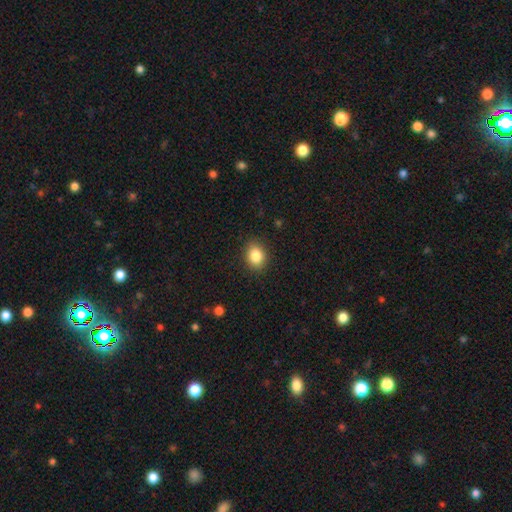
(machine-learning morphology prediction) Smooth or featured?
  - smooth: 85% *
  - star or artifact: 9%
  - featured or disk: 5%
How rounded?
  - in between: 51% *
  - round: 48%
  - cigar-shaped: 1%
Merging?
  - none: 88% *
  - minor disturbance: 8%
  - major disturbance: 2%
  - merger: 1%